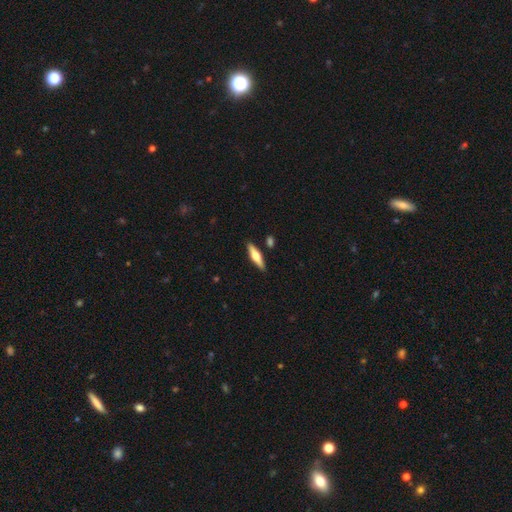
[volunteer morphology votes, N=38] featured or disk 50%, smooth 45%, star or artifact 5%. Down the decision tree: edge-on disk — yes (89%); edge-on bulge — rounded (94%); merging — none (89%).